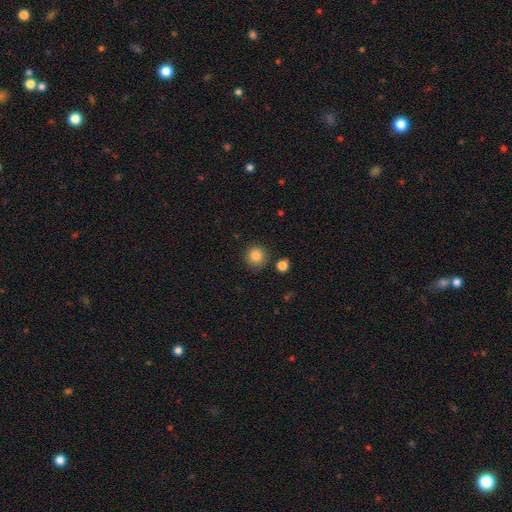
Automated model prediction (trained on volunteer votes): Smooth or featured? smooth (86%)
How rounded? round (94%)
Merging? none (85%)